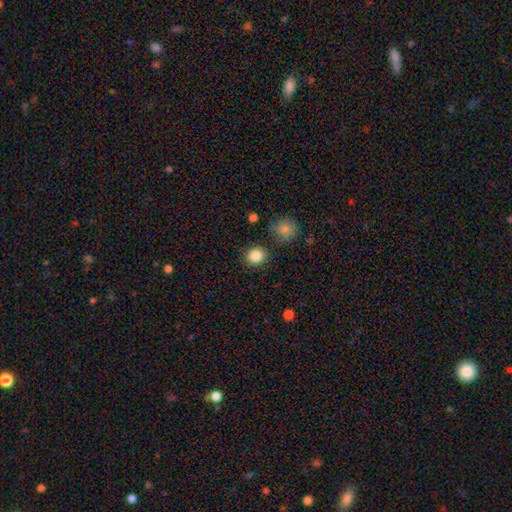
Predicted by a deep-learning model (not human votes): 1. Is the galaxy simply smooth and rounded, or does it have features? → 86% smooth, 10% star or artifact, 4% featured or disk.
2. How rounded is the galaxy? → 81% round, 18% in between, 1% cigar-shaped.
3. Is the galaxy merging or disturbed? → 85% none, 8% minor disturbance, 4% merger, 3% major disturbance.